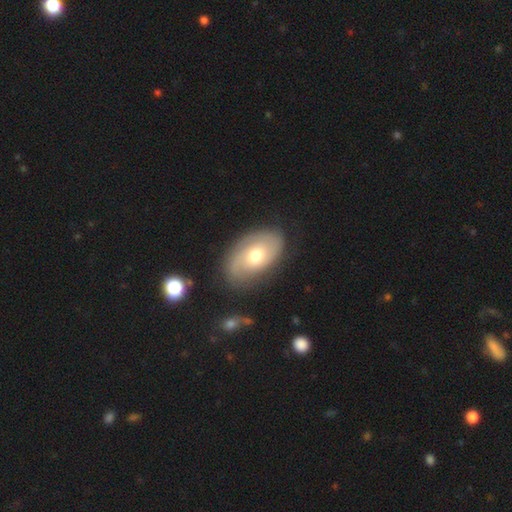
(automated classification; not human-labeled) This appears to be a featured or disk galaxy (59%) with no bar (76%), spiral arms (74%) and a moderate central bulge (73%). Merging: none (75%).